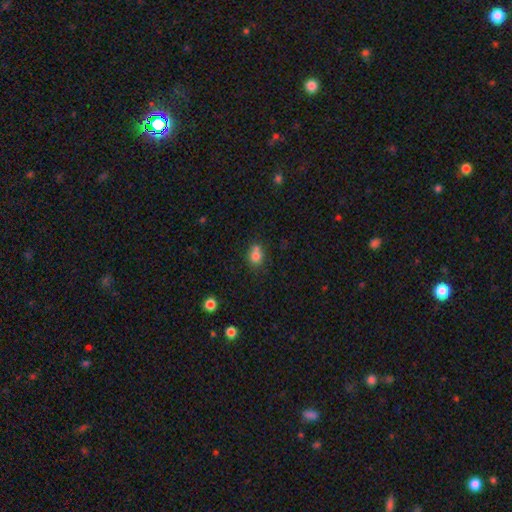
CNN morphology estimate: Smooth or featured? smooth (76%)
How rounded? round (56%)
Merging? none (47%)